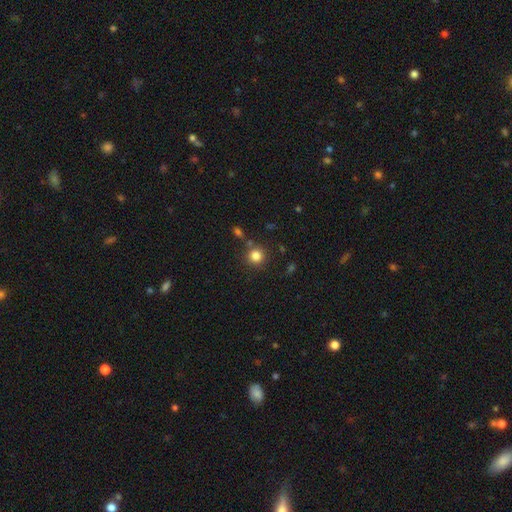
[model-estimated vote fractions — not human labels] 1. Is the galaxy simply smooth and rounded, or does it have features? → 82% smooth, 12% star or artifact, 5% featured or disk.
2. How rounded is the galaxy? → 93% round, 6% in between, 1% cigar-shaped.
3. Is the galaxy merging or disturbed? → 81% none, 9% minor disturbance, 7% merger, 3% major disturbance.